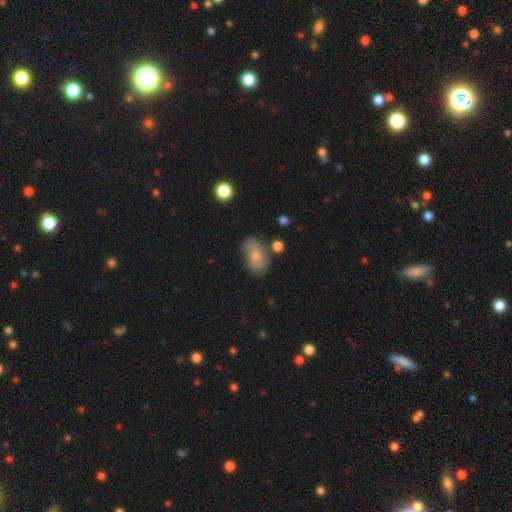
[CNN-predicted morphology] smooth_or_featured: smooth (p=0.55) [alt: featured or disk p=0.36]
how_rounded: in between (p=0.87) [alt: round p=0.10]
merging: none (p=0.64) [alt: minor disturbance p=0.23]